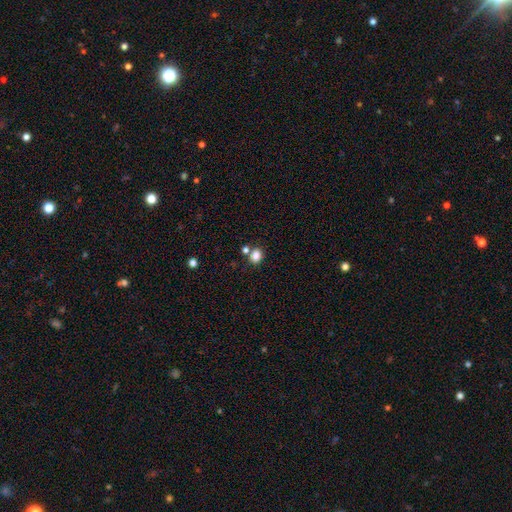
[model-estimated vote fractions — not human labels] This appears to be a smooth galaxy with no disk features (83%) that is round (54%). Merging: none (68%).